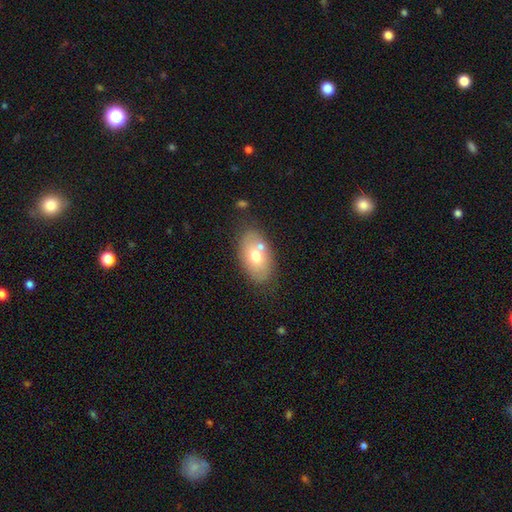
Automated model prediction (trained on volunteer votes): This is likely a smooth galaxy (65%). How rounded: clearly in between (90%). Merging: likely none (67%).